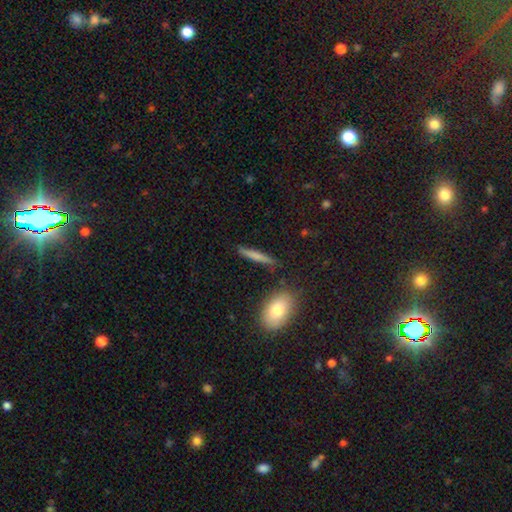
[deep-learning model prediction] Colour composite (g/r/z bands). It shows a smooth galaxy with no disk features (68%) that is cigar-shaped (89%). Merging: none (84%).